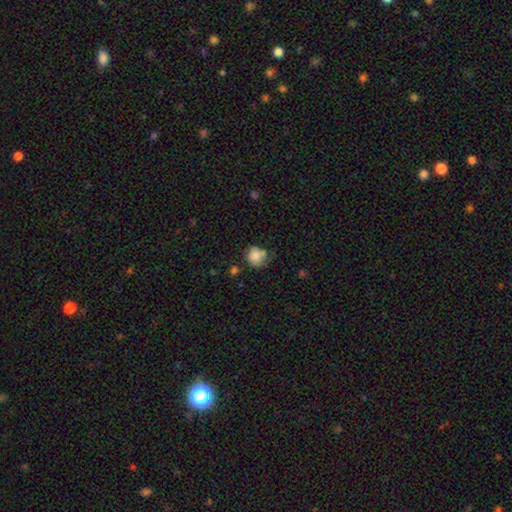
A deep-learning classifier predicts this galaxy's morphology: A smooth galaxy with no disk features (80%) that is round (75%). Merging: none (45%).